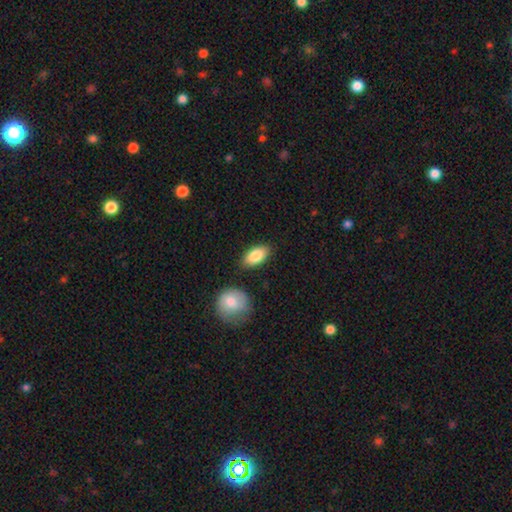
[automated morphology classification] smooth_or_featured: smooth (p=0.86) [alt: featured or disk p=0.08]
how_rounded: in between (p=0.92) [alt: cigar-shaped p=0.05]
merging: none (p=0.82) [alt: minor disturbance p=0.11]